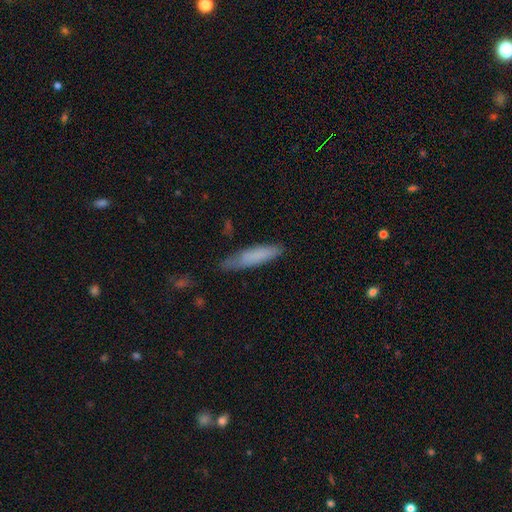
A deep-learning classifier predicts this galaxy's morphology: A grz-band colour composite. It shows a smooth galaxy with no disk features (78%) that is cigar-shaped (80%). Merging: none (73%).